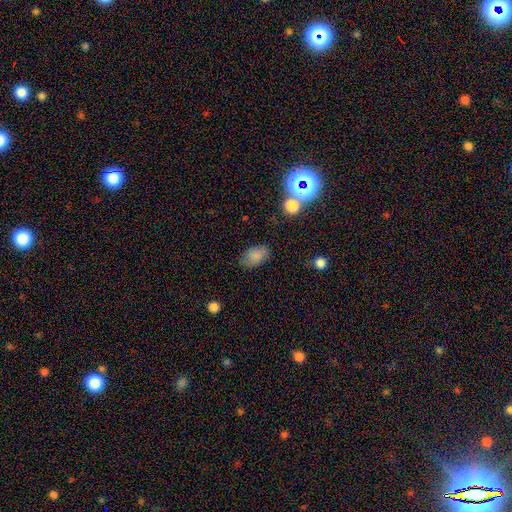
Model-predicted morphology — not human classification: A smooth galaxy with no disk features (82%) that is in between round and cigar-shaped (90%).

Vote fractions:
- Smooth or featured? smooth: 82% / star or artifact: 10% / featured or disk: 8%
- How rounded? in between: 90% / round: 8% / cigar-shaped: 1%
- Merging? none: 79% / minor disturbance: 15% / major disturbance: 4% / merger: 2%